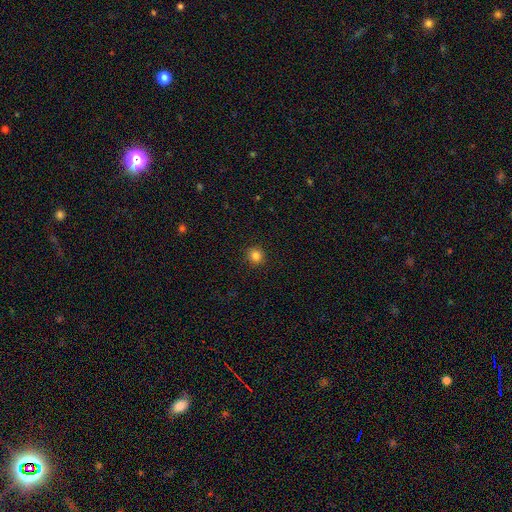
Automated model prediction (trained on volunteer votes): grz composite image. It shows a smooth galaxy with no disk features (83%) that is round (92%). Merging: none (92%).